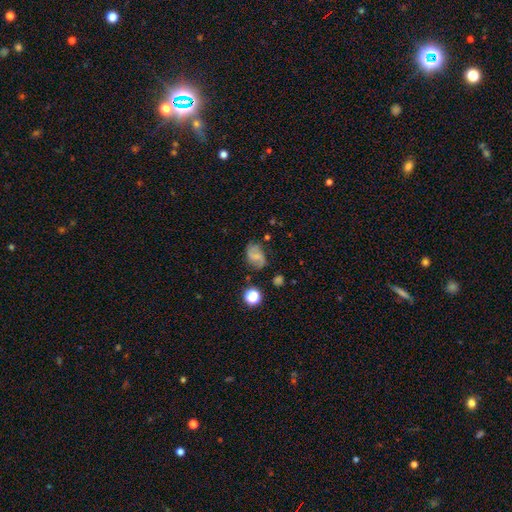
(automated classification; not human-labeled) This appears to be a smooth galaxy with no disk features (51%) that is in between round and cigar-shaped (76%). Merging: none (66%).